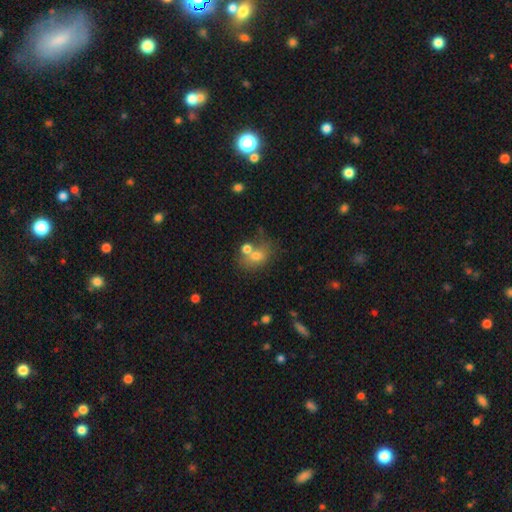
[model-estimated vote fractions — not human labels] Smooth or featured? Predicted: smooth (p=0.67). How rounded? Predicted: in between (p=0.53). Merging? Predicted: none (p=0.41).